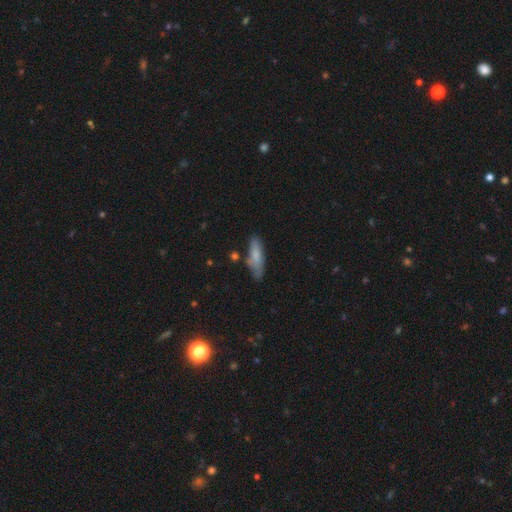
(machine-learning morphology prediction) This is likely a smooth galaxy (77%). How rounded: possibly cigar-shaped (50%). Merging: likely none (66%).